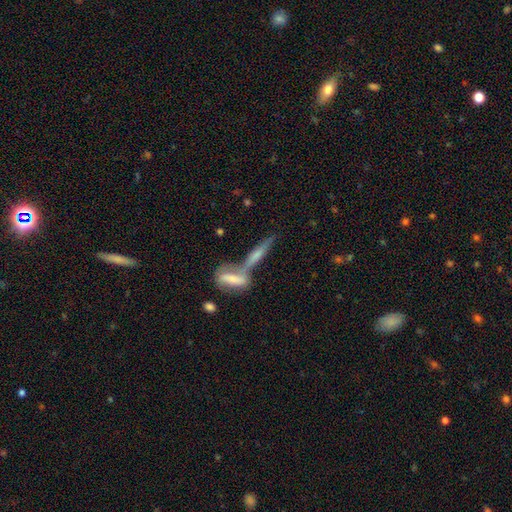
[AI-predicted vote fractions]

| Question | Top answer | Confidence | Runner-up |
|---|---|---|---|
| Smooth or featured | featured or disk | 47% | smooth (44%) |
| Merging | merger | 49% | none (39%) |